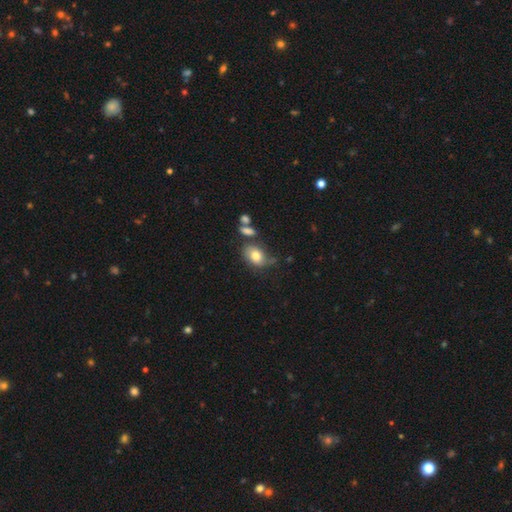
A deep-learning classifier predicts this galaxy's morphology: The model was most divided on "merging": none: 54%, minor disturbance: 24%, merger: 13%, major disturbance: 9%. More confident: smooth or featured — smooth (79%); how rounded — in between (73%).